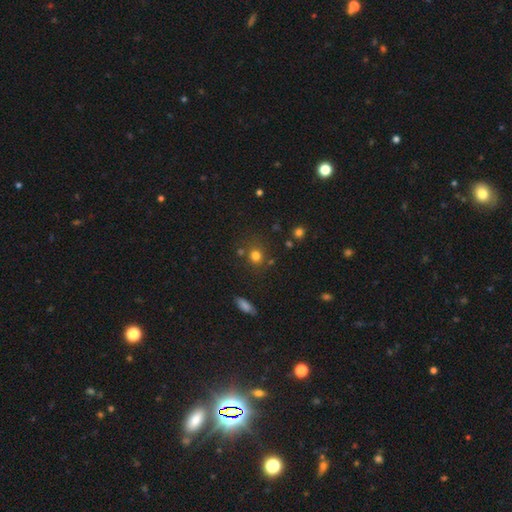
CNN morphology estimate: A smooth galaxy with no disk features (76%) that is round (78%). Merging: none (74%).